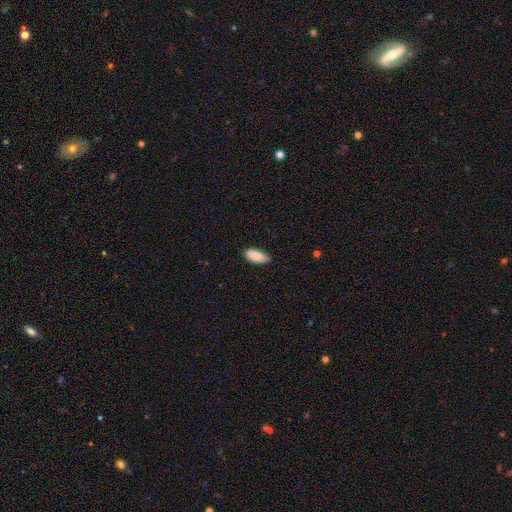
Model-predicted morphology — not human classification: Smooth or featured? smooth (88%)
How rounded? in between (87%)
Merging? none (82%)